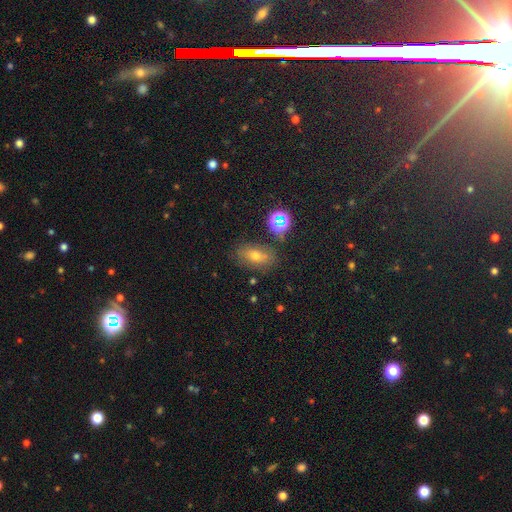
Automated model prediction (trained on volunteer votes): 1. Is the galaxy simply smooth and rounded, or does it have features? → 58% smooth, 24% star or artifact, 19% featured or disk.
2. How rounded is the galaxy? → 80% in between, 15% round, 5% cigar-shaped.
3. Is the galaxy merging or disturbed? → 76% none, 14% minor disturbance, 5% merger, 5% major disturbance.